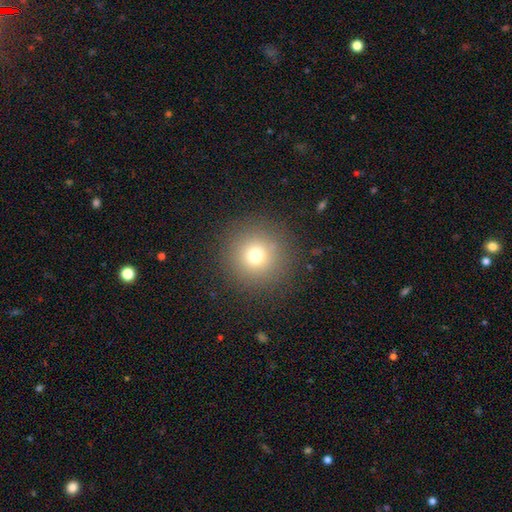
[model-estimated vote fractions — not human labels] smooth_or_featured: smooth (p=0.73) [alt: star or artifact p=0.16]
how_rounded: round (p=0.96) [alt: in between p=0.03]
merging: none (p=0.89) [alt: minor disturbance p=0.07]